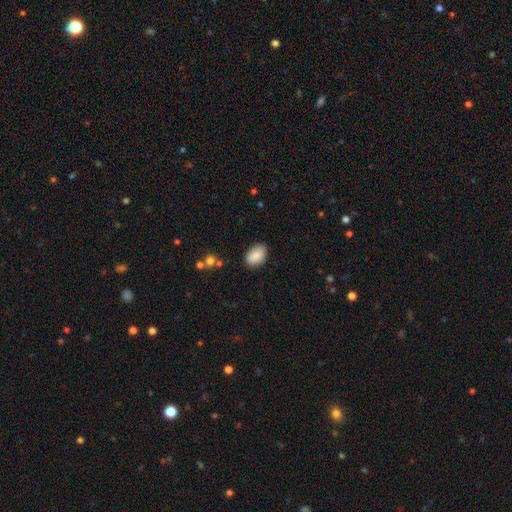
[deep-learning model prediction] Smooth or featured? smooth (89%)
How rounded? in between (86%)
Merging? none (86%)